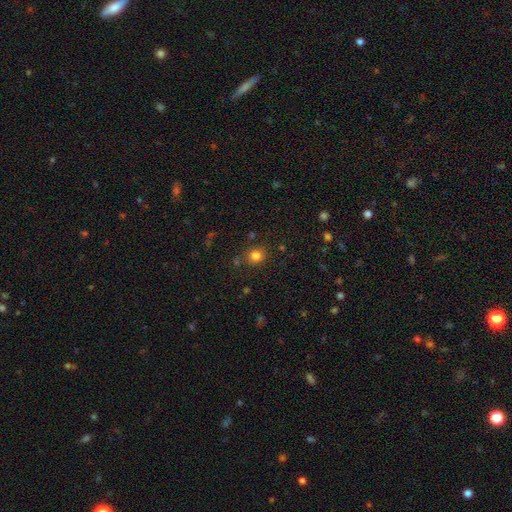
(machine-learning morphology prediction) The model was most divided on "how rounded": round: 83%, in between: 16%, cigar-shaped: 1%. More confident: merging — none (83%); smooth or featured — smooth (81%).